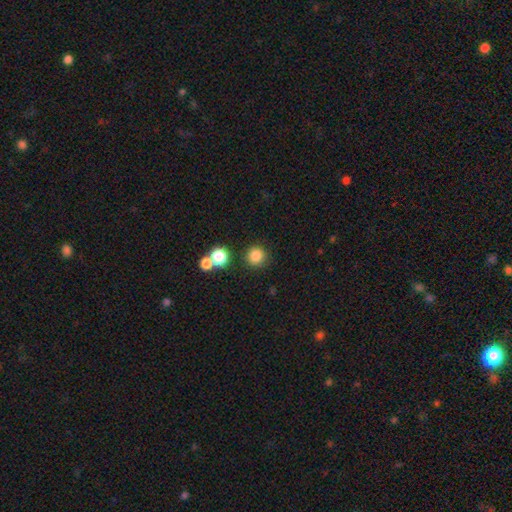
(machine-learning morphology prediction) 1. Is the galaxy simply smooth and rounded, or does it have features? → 83% smooth, 12% star or artifact, 5% featured or disk.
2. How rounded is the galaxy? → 94% round, 5% in between, 1% cigar-shaped.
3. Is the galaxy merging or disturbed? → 84% none, 7% minor disturbance, 6% merger, 3% major disturbance.